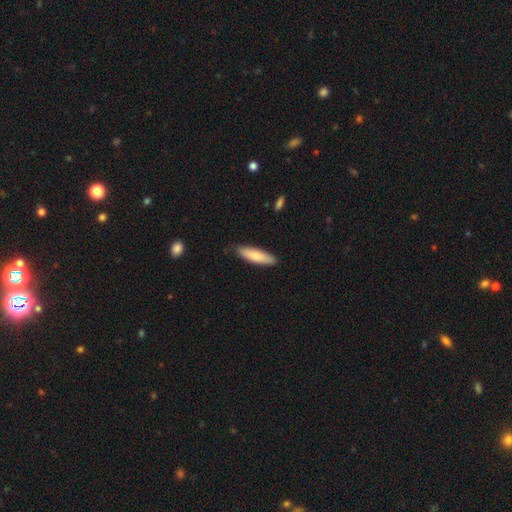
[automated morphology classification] smooth 80%, featured or disk 15%, star or artifact 5%. Down the decision tree: how rounded — cigar-shaped (65%); merging — none (84%).